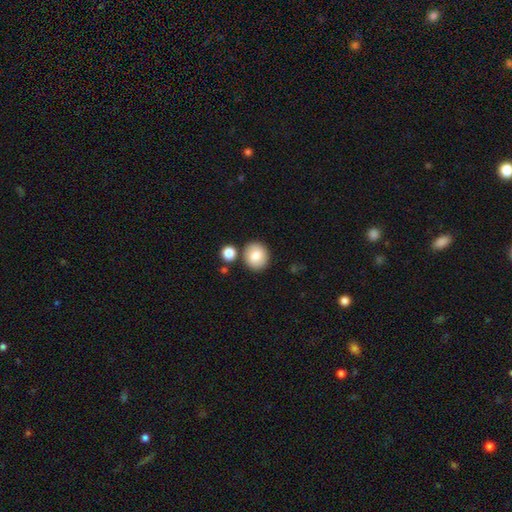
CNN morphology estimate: Smooth or featured? Predicted: smooth (p=0.82). How rounded? Predicted: round (p=0.77). Merging? Predicted: none (p=0.81).